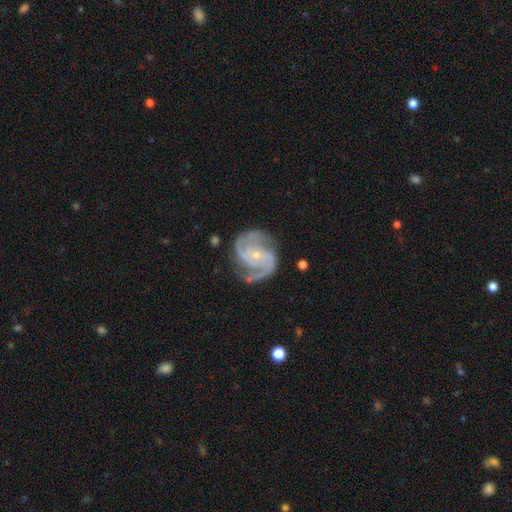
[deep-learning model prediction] The model was most divided on "spiral winding": medium: 53%, tight: 37%, loose: 10%. More confident: spiral arms — yes (98%); edge-on disk — no (98%); smooth or featured — featured or disk (92%); bulge size — small (76%); merging — none (73%); spiral arm count — 2 (64%); bar — no (58%).